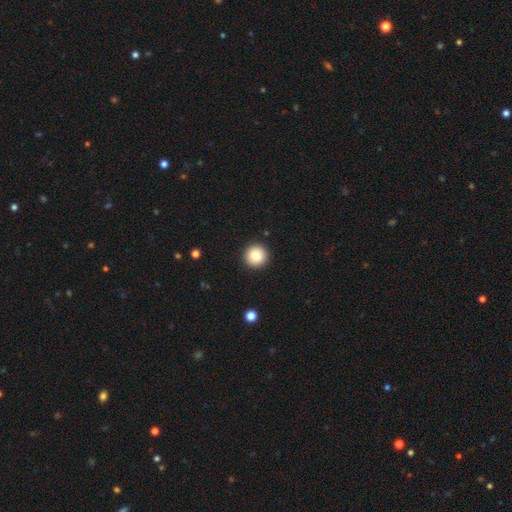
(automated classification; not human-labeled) Morphology: type=smooth (83%); roundness=round (96%); merging=none (93%).